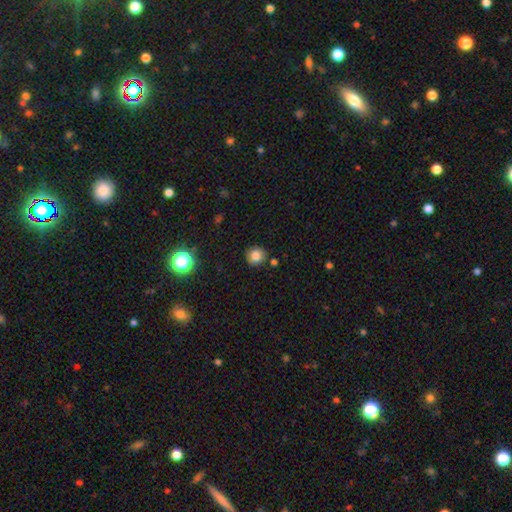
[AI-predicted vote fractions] A smooth galaxy with no disk features (82%) that is round (88%). Merging: none (87%).